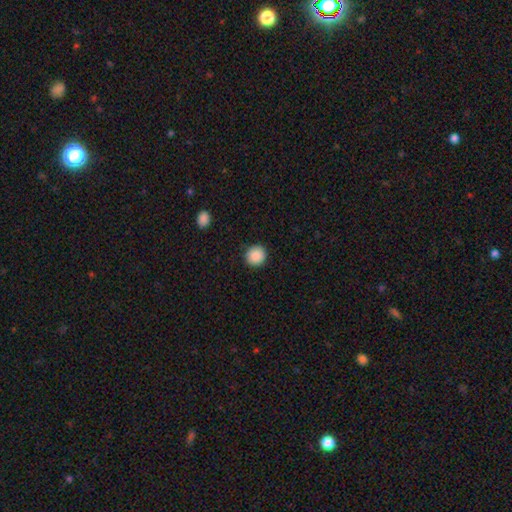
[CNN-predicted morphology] Overall: smooth (89%). How rounded: round (93%). Merging: none (91%).